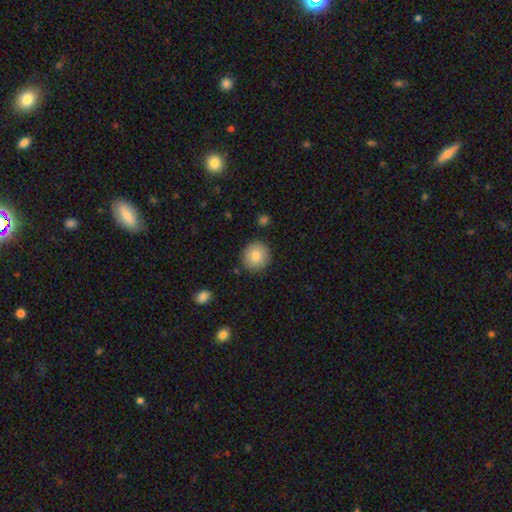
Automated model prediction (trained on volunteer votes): This is clearly a smooth galaxy (83%). How rounded: clearly round (90%). Merging: clearly none (88%).